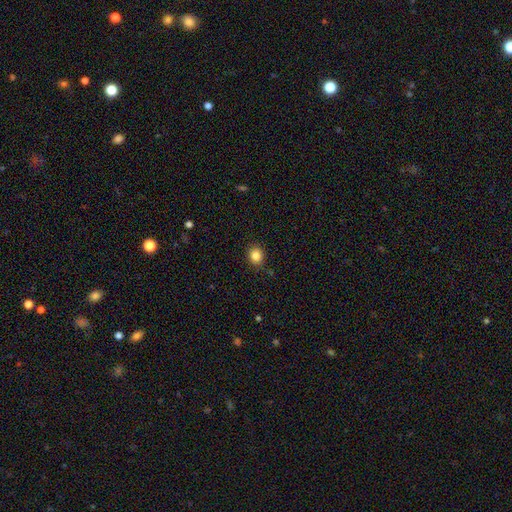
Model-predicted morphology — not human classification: This appears to be a smooth galaxy with no disk features (85%) that is round (80%). Merging: none (88%).